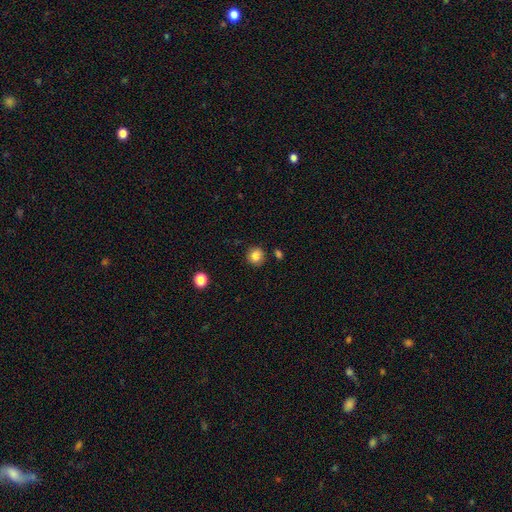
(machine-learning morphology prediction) Smooth or featured? smooth (84%)
How rounded? round (88%)
Merging? none (86%)